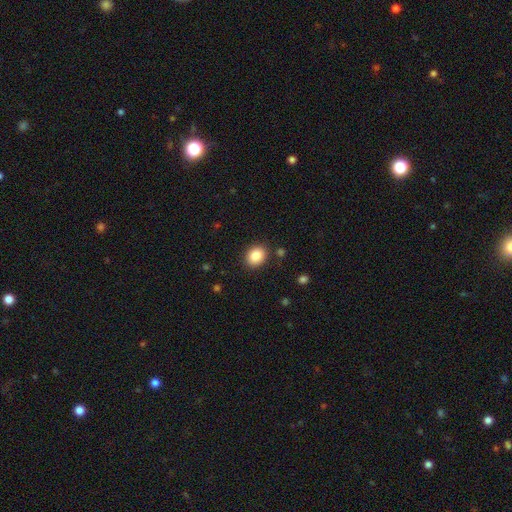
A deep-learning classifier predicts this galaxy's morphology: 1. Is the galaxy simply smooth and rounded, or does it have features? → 86% smooth, 9% star or artifact, 5% featured or disk.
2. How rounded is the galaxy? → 52% round, 48% in between, 1% cigar-shaped.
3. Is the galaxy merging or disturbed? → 88% none, 8% minor disturbance, 3% major disturbance, 2% merger.